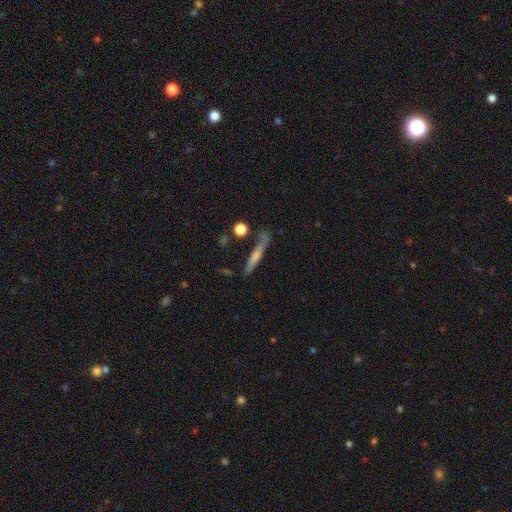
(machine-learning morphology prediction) This is possibly a smooth galaxy (47%). Merging: likely none (72%).